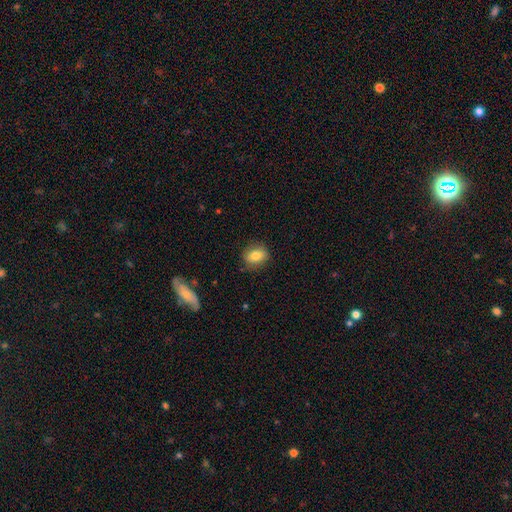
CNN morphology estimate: Smooth or featured?
  - smooth: 78% *
  - featured or disk: 13%
  - star or artifact: 9%
How rounded?
  - round: 52% *
  - in between: 46%
  - cigar-shaped: 2%
Merging?
  - none: 84% *
  - minor disturbance: 12%
  - major disturbance: 3%
  - merger: 1%